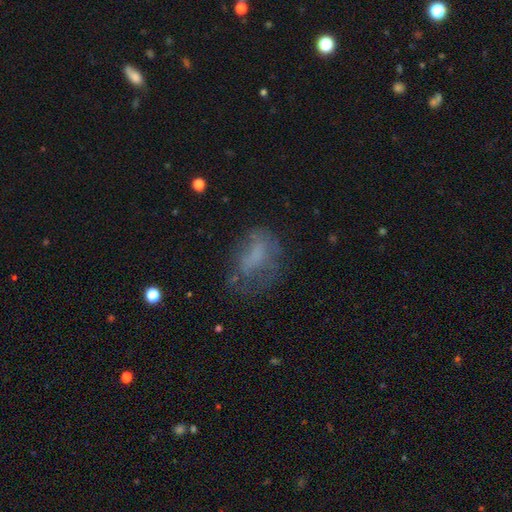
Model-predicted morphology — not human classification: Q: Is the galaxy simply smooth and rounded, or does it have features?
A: smooth — 53%.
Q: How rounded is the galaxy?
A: in between — 76%.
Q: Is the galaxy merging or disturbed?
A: none — 44%.